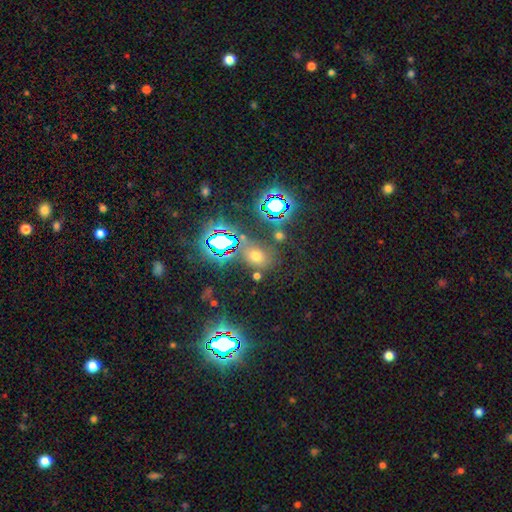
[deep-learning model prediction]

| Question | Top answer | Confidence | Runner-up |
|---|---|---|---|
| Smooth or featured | star or artifact | 45% | tied: smooth (45%) |